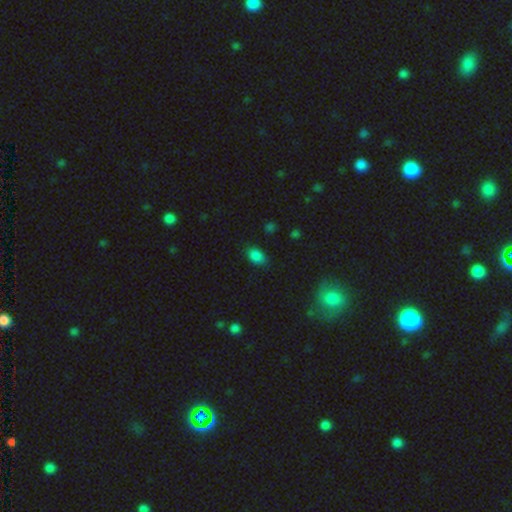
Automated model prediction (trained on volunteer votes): This is clearly a smooth galaxy (84%). How rounded: clearly in between (83%). Merging: clearly none (81%).